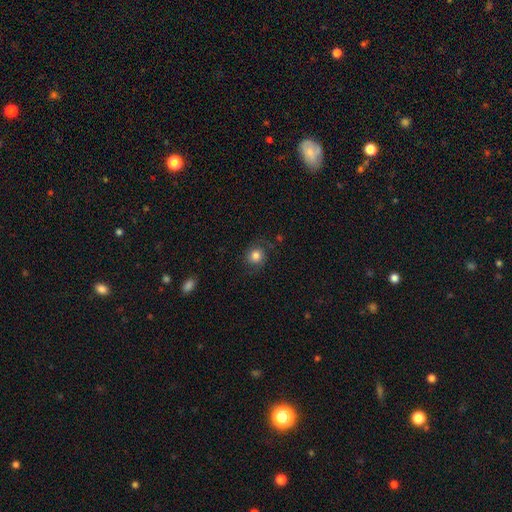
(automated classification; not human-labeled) This is likely a smooth galaxy (75%). How rounded: clearly round (83%). Merging: likely none (74%).